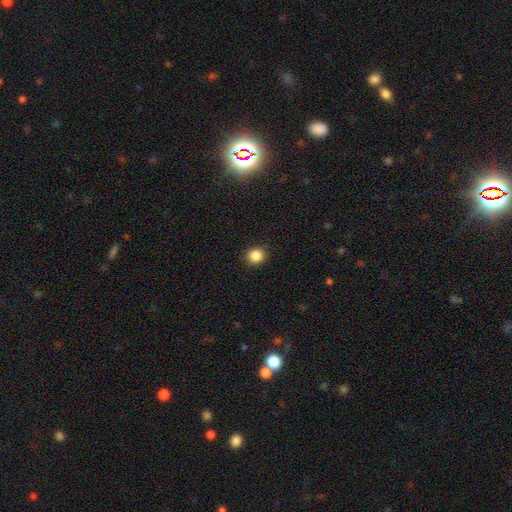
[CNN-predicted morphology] Overall: smooth (86%). How rounded: round (83%). Merging: none (91%).